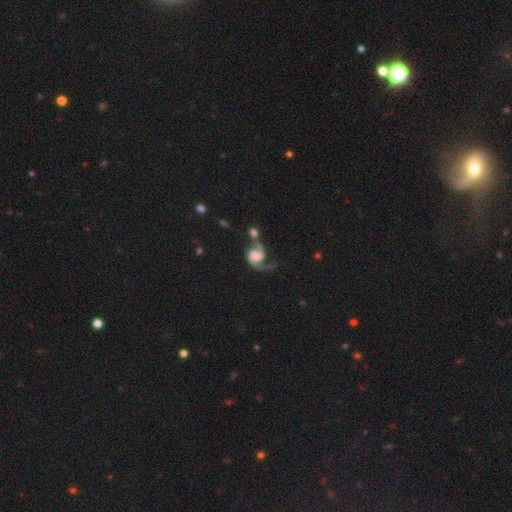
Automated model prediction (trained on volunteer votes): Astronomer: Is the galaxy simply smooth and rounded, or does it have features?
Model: featured or disk — 86%.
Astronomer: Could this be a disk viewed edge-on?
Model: no — 98%.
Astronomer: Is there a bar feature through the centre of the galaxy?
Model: no — 63%.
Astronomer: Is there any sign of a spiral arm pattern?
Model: yes — 96%.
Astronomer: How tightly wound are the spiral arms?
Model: loose — 45% (runner-up: medium, 42%).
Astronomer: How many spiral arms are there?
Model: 2 — 82%.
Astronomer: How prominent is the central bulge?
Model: large — 35% (runner-up: none, 28%).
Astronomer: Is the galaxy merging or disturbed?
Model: none — 41% (runner-up: major disturbance, 21%).